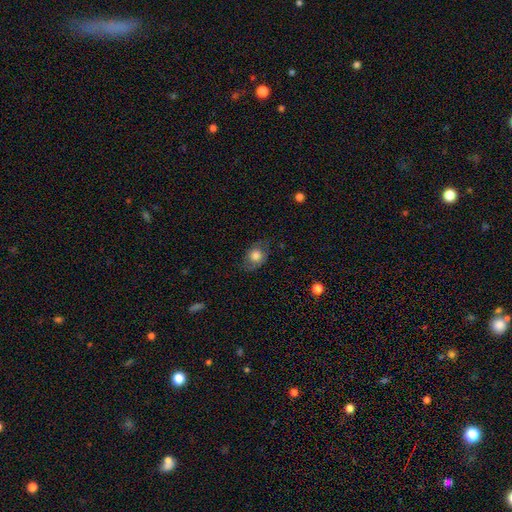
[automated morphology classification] A smooth galaxy with no disk features (64%) that is in between round and cigar-shaped (56%). Merging: none (68%).